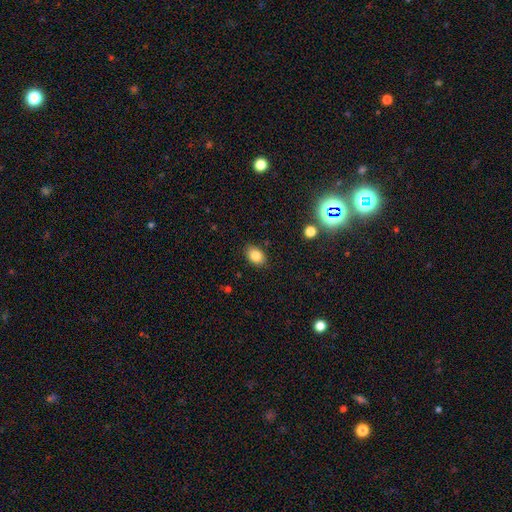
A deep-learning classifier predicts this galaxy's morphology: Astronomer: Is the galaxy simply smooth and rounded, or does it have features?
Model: smooth — 83%.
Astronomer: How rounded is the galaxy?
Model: in between — 80%.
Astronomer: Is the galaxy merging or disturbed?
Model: none — 86%.